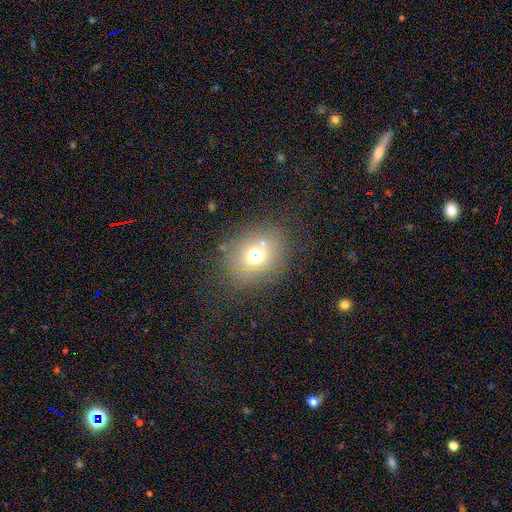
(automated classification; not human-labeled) smooth-or-featured: smooth: 61% | star or artifact: 22% | featured or disk: 17%
  how-rounded: round: 60% | in between: 39% | cigar-shaped: 1%
  merging: none: 73% | minor disturbance: 12% | merger: 8% | major disturbance: 7%